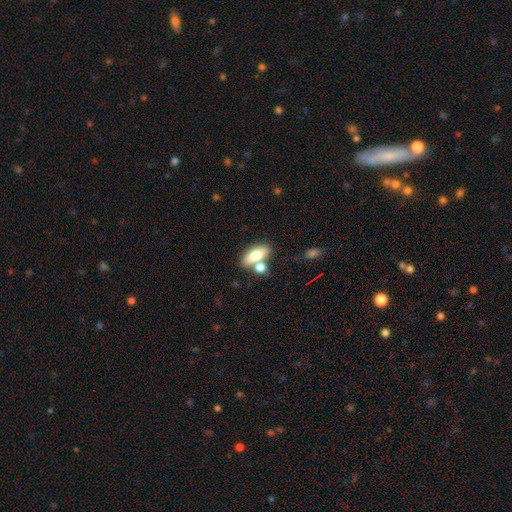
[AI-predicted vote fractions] Smooth or featured? smooth (70%)
How rounded? in between (79%)
Merging? none (54%)